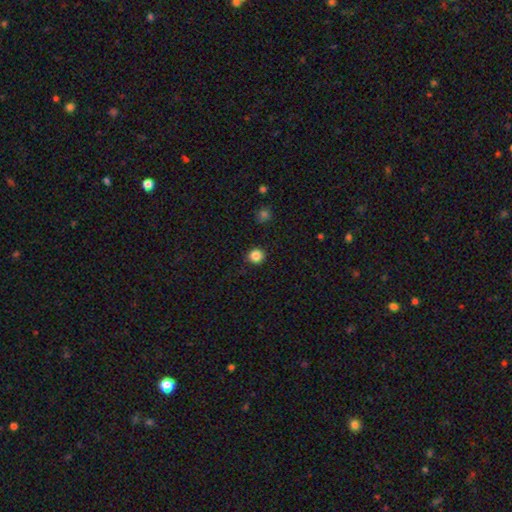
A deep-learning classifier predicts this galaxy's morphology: smooth 86%, star or artifact 11%, featured or disk 3%. Down the decision tree: how rounded — round (94%); merging — none (90%).